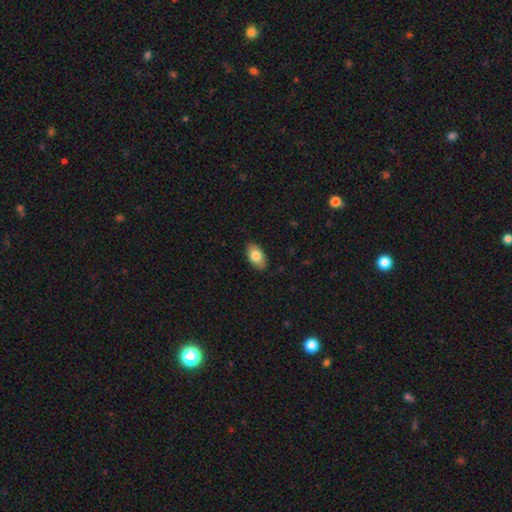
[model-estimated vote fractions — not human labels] Morphology: type=smooth (80%); roundness=in between (93%); merging=none (87%).